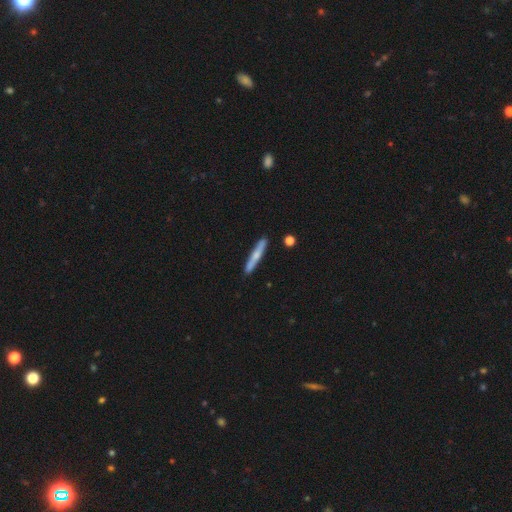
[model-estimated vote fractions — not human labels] A smooth galaxy with no disk features (55%) that is cigar-shaped (95%).

Vote fractions:
- Smooth or featured? smooth: 55% / featured or disk: 39% / star or artifact: 6%
- How rounded? cigar-shaped: 95% / in between: 4% / round: 1%
- Merging? none: 88% / minor disturbance: 9% / merger: 2% / major disturbance: 2%